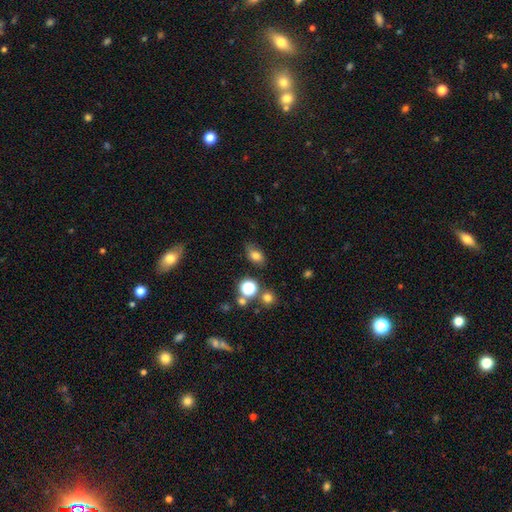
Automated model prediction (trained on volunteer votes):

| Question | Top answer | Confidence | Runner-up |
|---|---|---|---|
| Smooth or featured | smooth | 75% | star or artifact (15%) |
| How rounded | in between | 77% | round (21%) |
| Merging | none | 73% | minor disturbance (18%) |